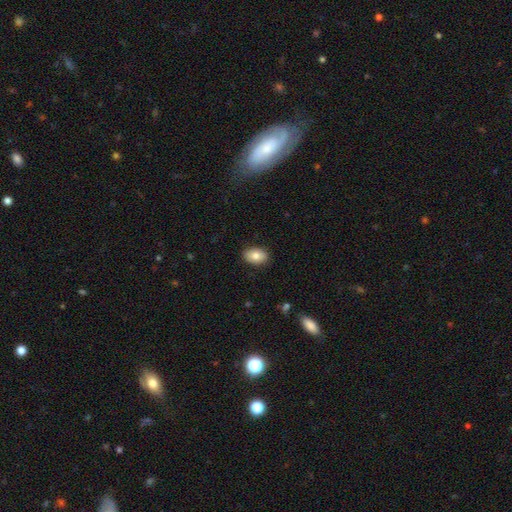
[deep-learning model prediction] Smooth or featured? smooth (81%)
How rounded? in between (87%)
Merging? none (88%)